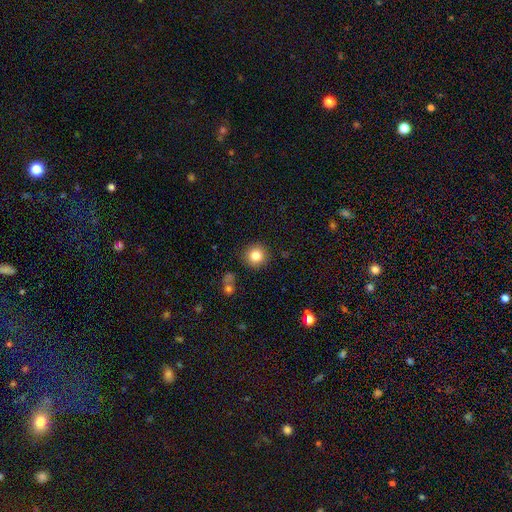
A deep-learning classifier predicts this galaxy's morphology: Smooth or featured? smooth (83%)
How rounded? round (93%)
Merging? none (88%)